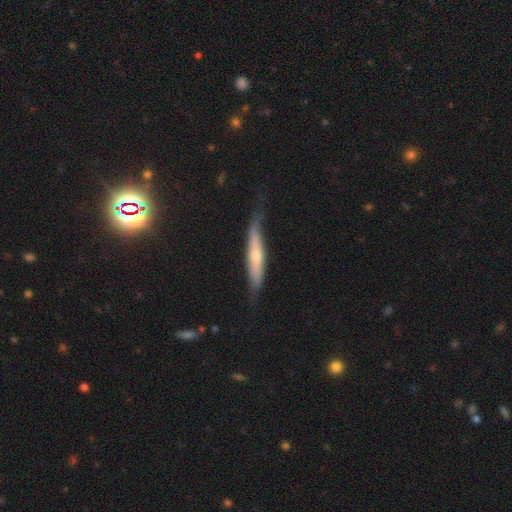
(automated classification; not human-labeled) This appears to be a featured or disk galaxy (52%) viewed edge-on (82%). Merging: none (61%).